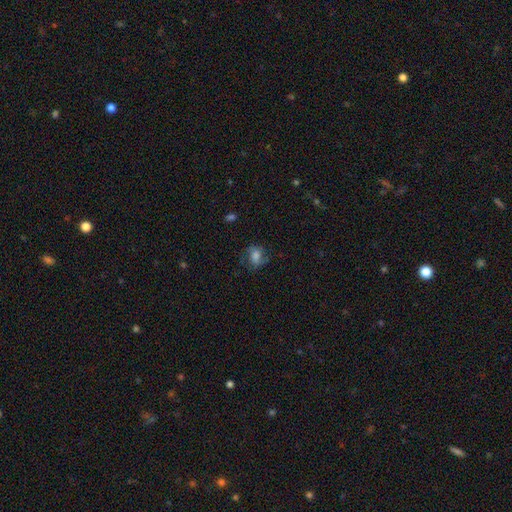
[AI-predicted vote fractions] smooth 60%, featured or disk 28%, star or artifact 11%. Down the decision tree: how rounded — in between (62%); merging — none (59%).